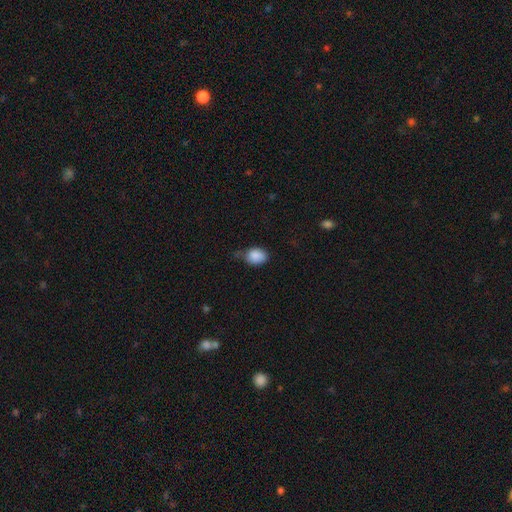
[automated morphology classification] smooth 87%, star or artifact 8%, featured or disk 5%. Down the decision tree: how rounded — in between (71%); merging — none (49%).